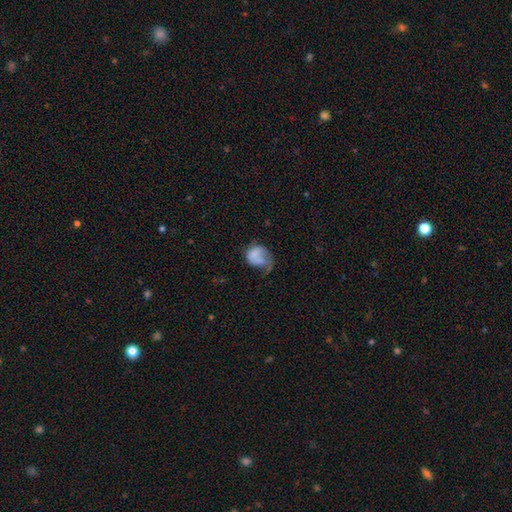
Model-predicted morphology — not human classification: This appears to be a smooth galaxy with no disk features (51%) that is in between round and cigar-shaped (55%). Merging: major disturbance (48%).